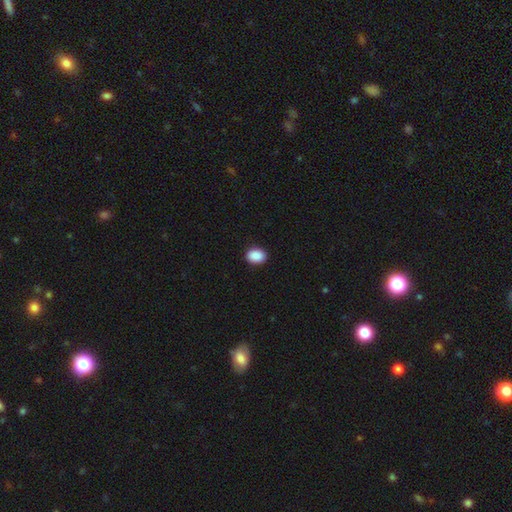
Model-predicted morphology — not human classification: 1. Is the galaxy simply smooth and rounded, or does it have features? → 90% smooth, 8% star or artifact, 2% featured or disk.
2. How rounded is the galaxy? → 70% in between, 29% round, 1% cigar-shaped.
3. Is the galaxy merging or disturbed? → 91% none, 7% minor disturbance, 2% major disturbance, 1% merger.